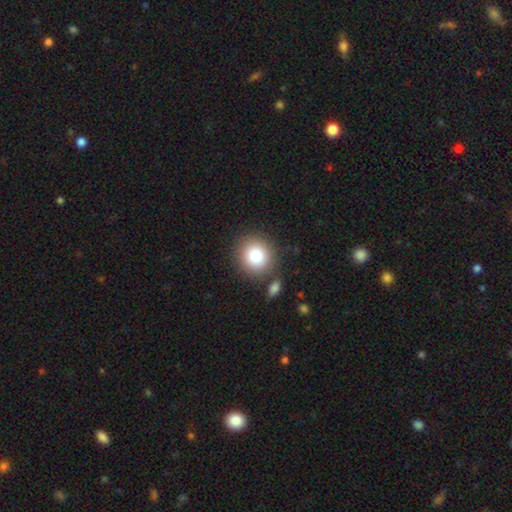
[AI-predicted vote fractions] Smooth or featured: smooth — 82% (star or artifact — 10%)
How rounded: round — 88% (in between — 11%)
Merging: none — 80% (minor disturbance — 9%)